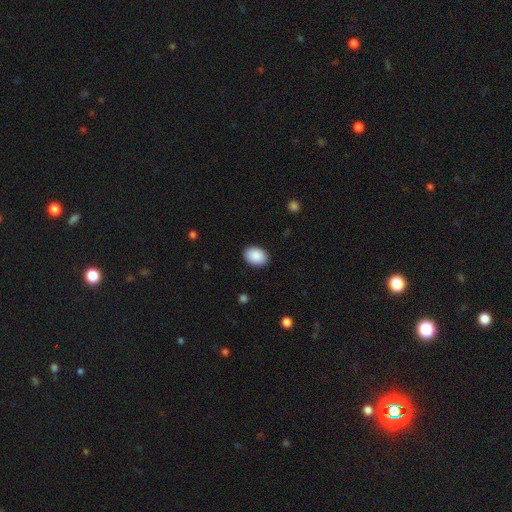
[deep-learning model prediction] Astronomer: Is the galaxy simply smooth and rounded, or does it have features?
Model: smooth — 91%.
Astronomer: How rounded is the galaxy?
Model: in between — 81%.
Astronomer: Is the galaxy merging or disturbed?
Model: none — 89%.